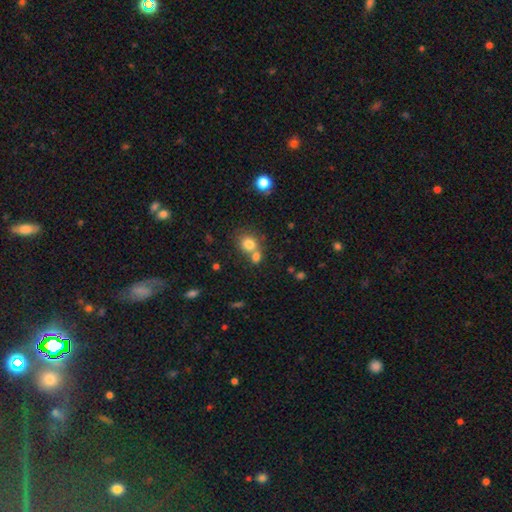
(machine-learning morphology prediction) smooth 75%, star or artifact 15%, featured or disk 10%. Down the decision tree: how rounded — round (75%); merging — none (47%).